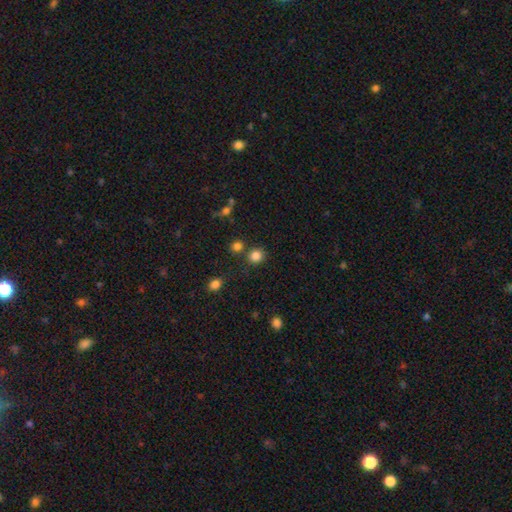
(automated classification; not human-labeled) Smooth or featured? smooth (83%)
How rounded? round (87%)
Merging? none (78%)